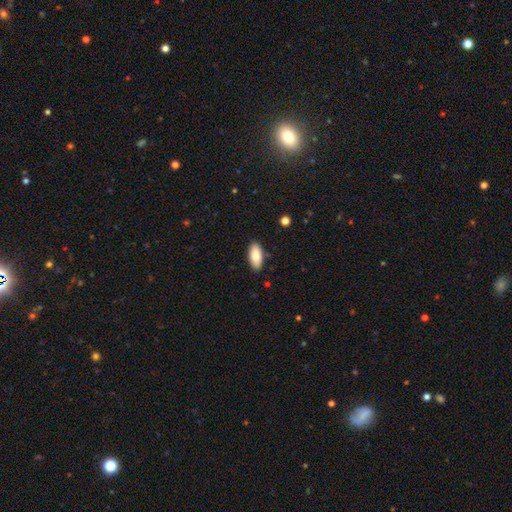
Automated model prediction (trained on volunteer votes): smooth_or_featured: smooth (p=0.86) [alt: featured or disk p=0.08]
how_rounded: in between (p=0.88) [alt: cigar-shaped p=0.10]
merging: none (p=0.87) [alt: minor disturbance p=0.09]